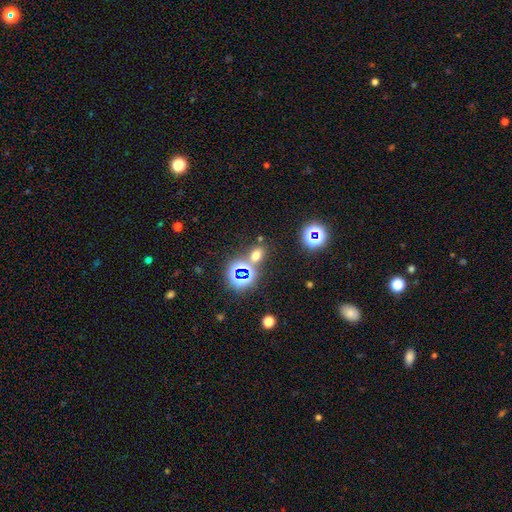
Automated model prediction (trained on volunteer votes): Overall: smooth (57%; star or artifact 34%). How rounded: in between (60%; round 37%). Merging: none (72%).